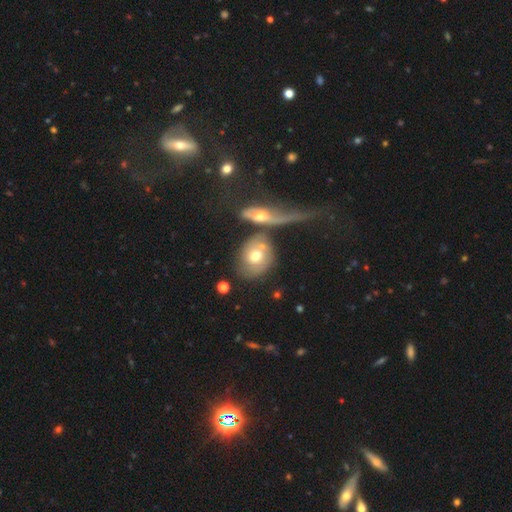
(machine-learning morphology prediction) A smooth galaxy with no disk features (53%) that is round (50%).

Vote fractions:
- Smooth or featured? smooth: 53% / featured or disk: 39% / star or artifact: 8%
- How rounded? round: 50% / in between: 48% / cigar-shaped: 3%
- Merging? merger: 39% / none: 38% / minor disturbance: 12% / major disturbance: 10%